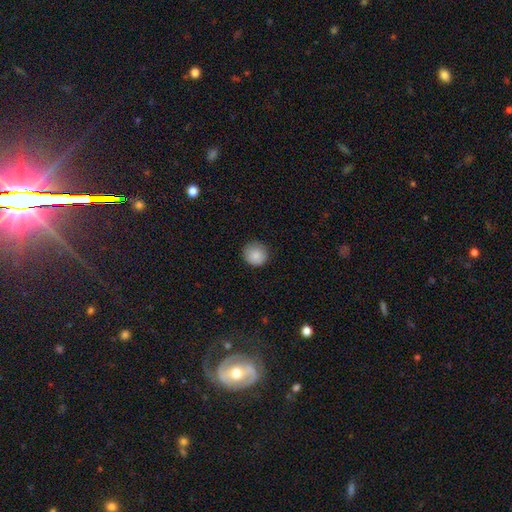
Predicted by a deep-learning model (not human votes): This appears to be a smooth galaxy with no disk features (86%) that is round (93%). Merging: none (87%).